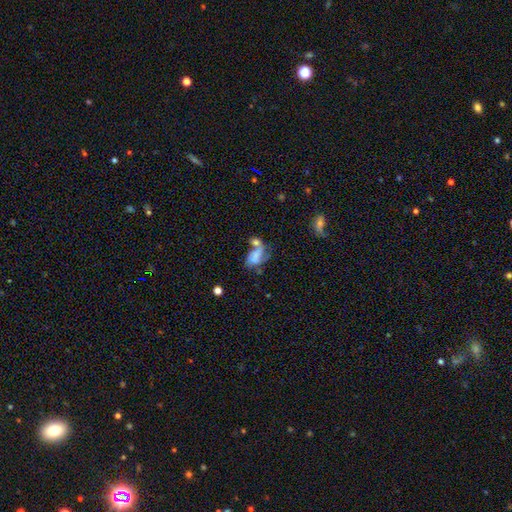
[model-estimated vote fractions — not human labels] A smooth galaxy with no disk features (54%) that is in between round and cigar-shaped (86%). Merging: merger (44%).